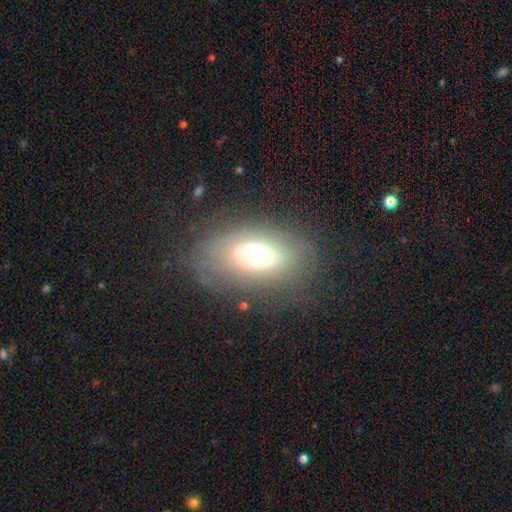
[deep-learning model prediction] Smooth or featured: smooth — 52% (featured or disk — 35%)
How rounded: in between — 82% (round — 16%)
Merging: none — 72% (minor disturbance — 16%)